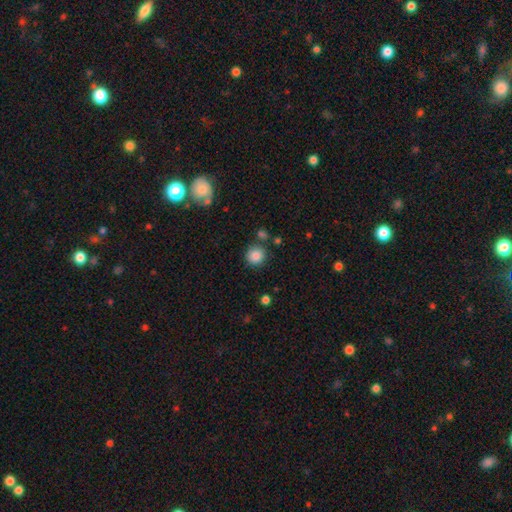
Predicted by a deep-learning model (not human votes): Smooth or featured?
  - smooth: 86% *
  - star or artifact: 10%
  - featured or disk: 4%
How rounded?
  - round: 91% *
  - in between: 8%
  - cigar-shaped: 1%
Merging?
  - none: 80% *
  - minor disturbance: 10%
  - merger: 7%
  - major disturbance: 3%